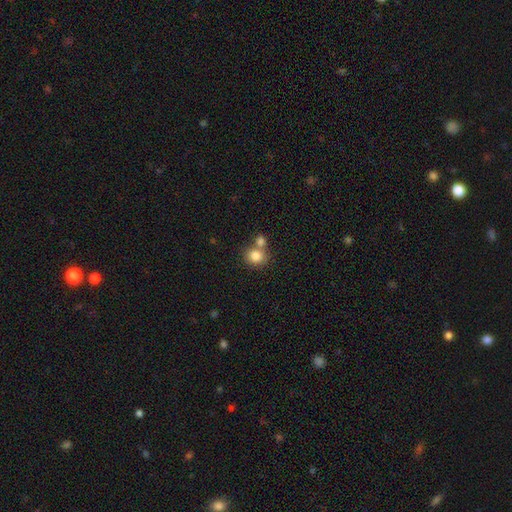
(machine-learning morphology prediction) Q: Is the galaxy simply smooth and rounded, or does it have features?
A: smooth — 83%.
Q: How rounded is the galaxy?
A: round — 78%.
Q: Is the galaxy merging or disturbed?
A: none — 51%.